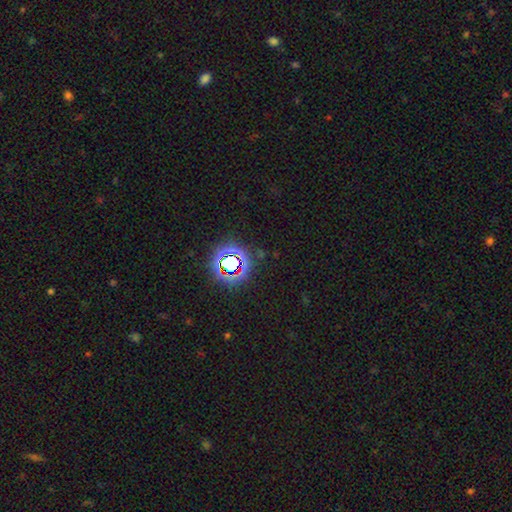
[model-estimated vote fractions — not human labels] Q: Smooth or featured?
A: star or artifact (79%); runner-up: smooth (13%)